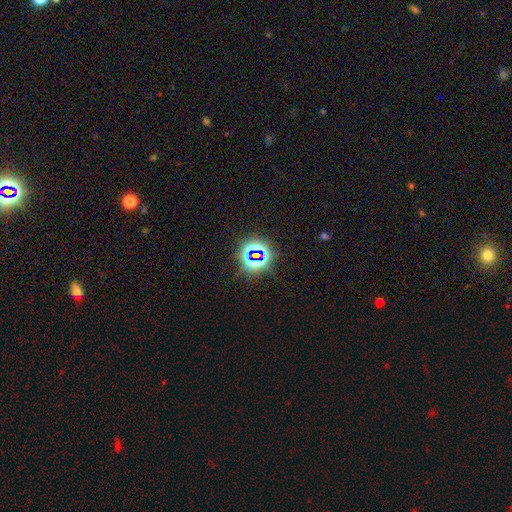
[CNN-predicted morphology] Q: Smooth or featured?
A: star or artifact (72%); runner-up: smooth (19%)